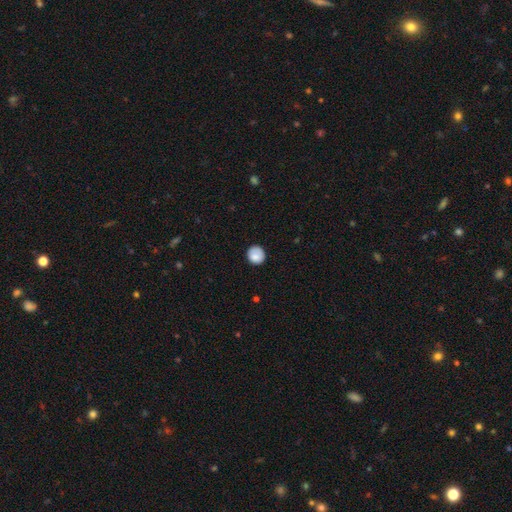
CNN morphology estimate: Q: Smooth or featured?
A: smooth (84%); runner-up: featured or disk (8%)
Q: How rounded?
A: round (89%); runner-up: in between (10%)
Q: Merging?
A: none (82%); runner-up: minor disturbance (14%)